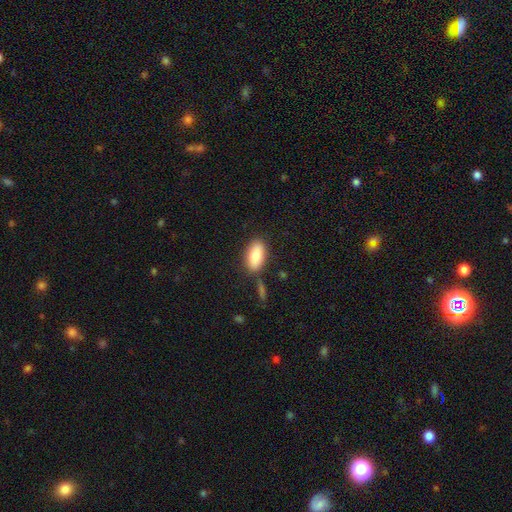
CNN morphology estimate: smooth-or-featured: smooth: 84% | featured or disk: 10% | star or artifact: 6%
  how-rounded: in between: 89% | cigar-shaped: 8% | round: 3%
  merging: none: 78% | minor disturbance: 12% | merger: 6% | major disturbance: 4%